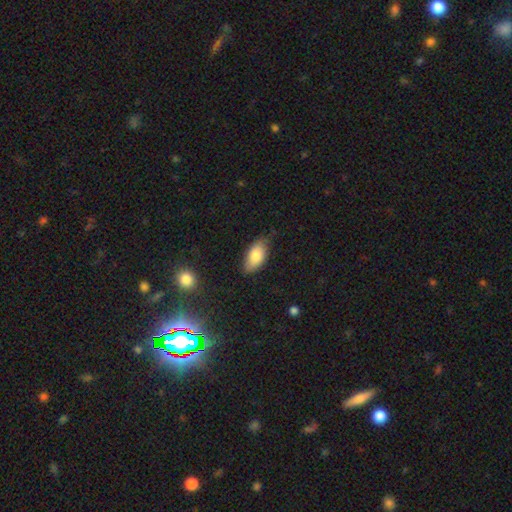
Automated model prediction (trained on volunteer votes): smooth 80%, featured or disk 13%, star or artifact 7%. Down the decision tree: how rounded — in between (91%); merging — none (71%).